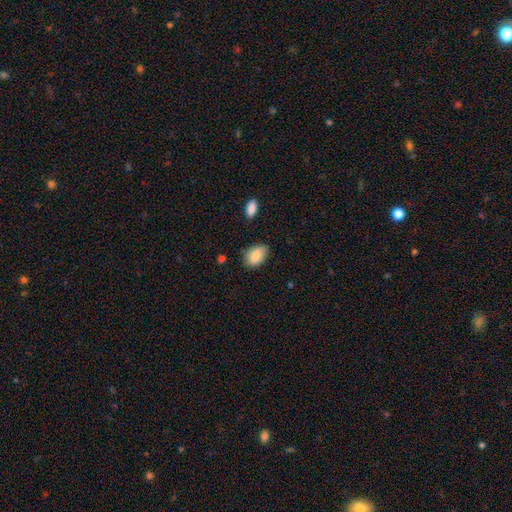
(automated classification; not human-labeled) This is clearly a smooth galaxy (87%). How rounded: clearly in between (88%). Merging: likely none (71%).